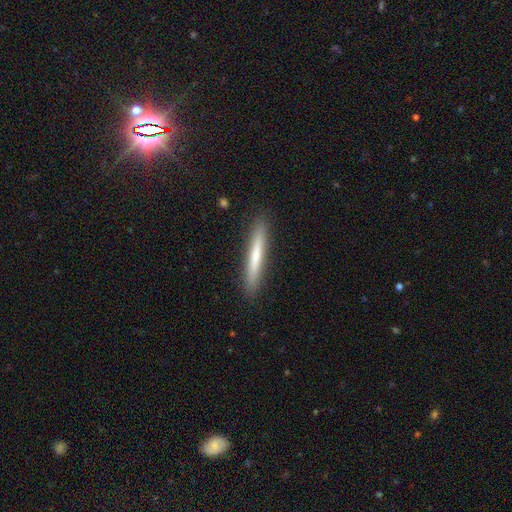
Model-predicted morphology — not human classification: Smooth or featured?
  - smooth: 64% *
  - featured or disk: 31%
  - star or artifact: 6%
How rounded?
  - cigar-shaped: 95% *
  - in between: 4%
  - round: 1%
Merging?
  - none: 90% *
  - minor disturbance: 7%
  - major disturbance: 2%
  - merger: 1%